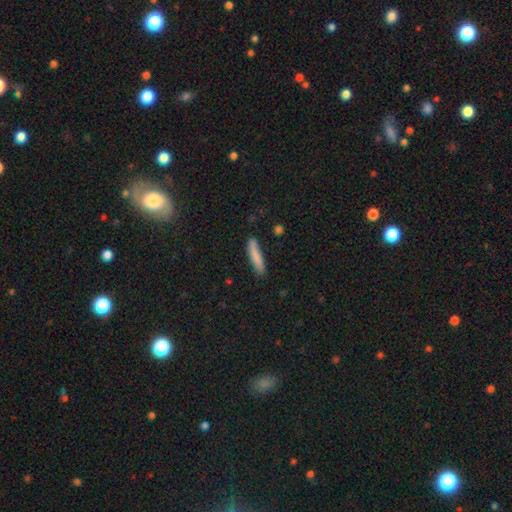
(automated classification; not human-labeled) A smooth galaxy with no disk features (81%) that is cigar-shaped (89%).

Vote fractions:
- Smooth or featured? smooth: 81% / featured or disk: 13% / star or artifact: 6%
- How rounded? cigar-shaped: 89% / in between: 10% / round: 1%
- Merging? none: 79% / minor disturbance: 15% / major disturbance: 3% / merger: 3%